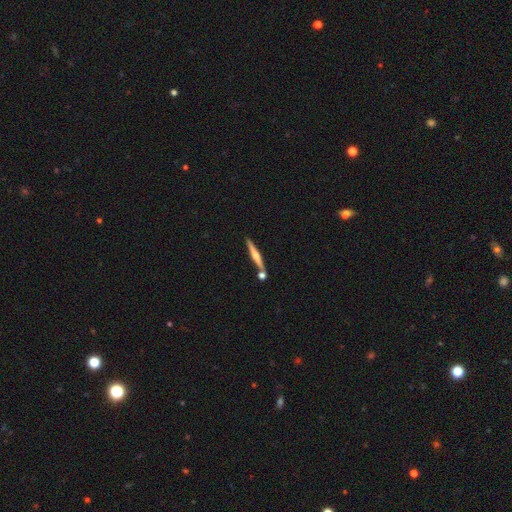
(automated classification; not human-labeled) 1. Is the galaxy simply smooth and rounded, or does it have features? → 59% featured or disk, 35% smooth, 6% star or artifact.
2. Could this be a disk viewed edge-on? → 97% yes, 3% no.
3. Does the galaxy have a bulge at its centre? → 76% rounded, 15% none, 9% boxy.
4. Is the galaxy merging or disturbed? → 78% none, 11% merger, 8% minor disturbance, 2% major disturbance.